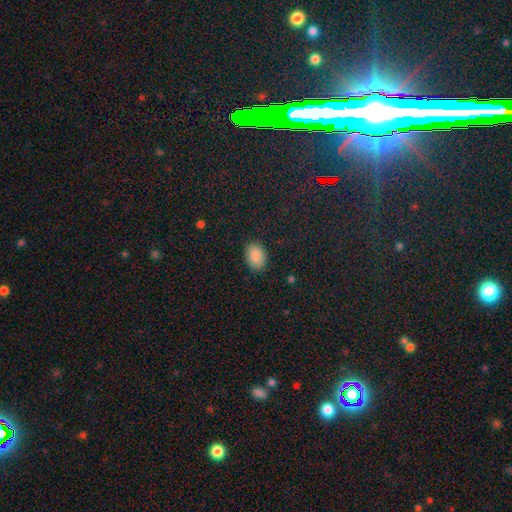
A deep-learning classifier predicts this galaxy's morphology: Smooth or featured? smooth (89%)
How rounded? in between (82%)
Merging? none (86%)